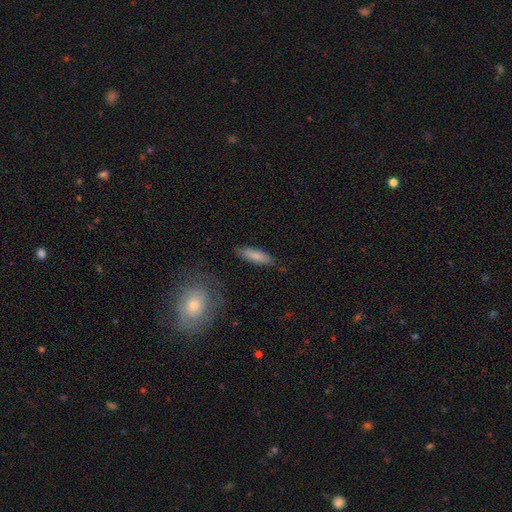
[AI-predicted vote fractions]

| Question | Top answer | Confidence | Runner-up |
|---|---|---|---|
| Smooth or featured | smooth | 81% | featured or disk (13%) |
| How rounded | cigar-shaped | 55% | in between (43%) |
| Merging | none | 82% | minor disturbance (13%) |